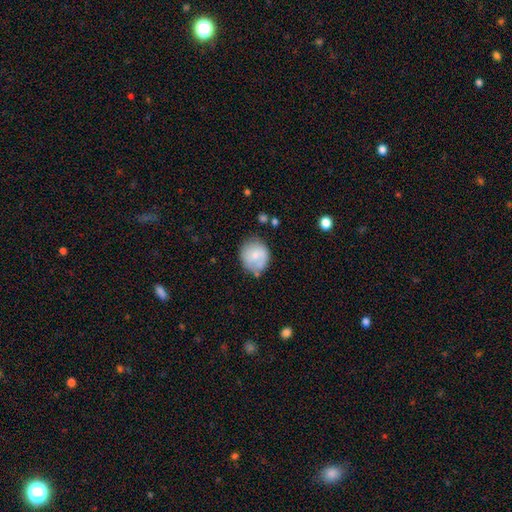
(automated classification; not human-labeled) smooth-or-featured: smooth: 68% | featured or disk: 25% | star or artifact: 7%
  how-rounded: round: 79% | in between: 20% | cigar-shaped: 1%
  merging: none: 67% | minor disturbance: 22% | major disturbance: 6% | merger: 5%